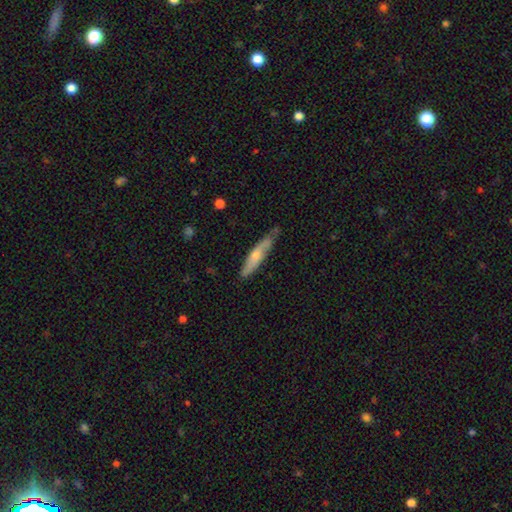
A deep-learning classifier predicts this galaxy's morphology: The model was most divided on "smooth or featured": featured or disk: 58%, smooth: 33%, star or artifact: 9%. More confident: edge-on disk — yes (82%); merging — none (82%).